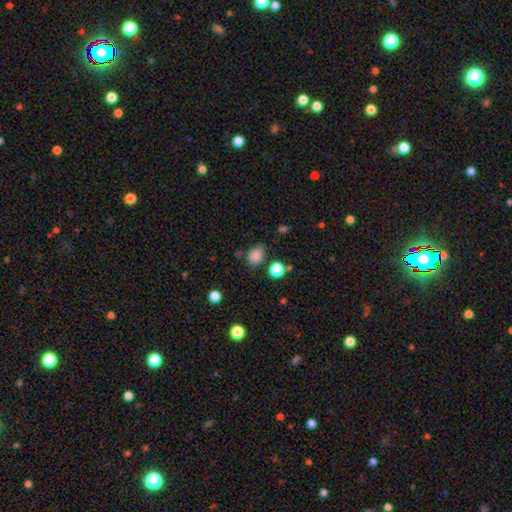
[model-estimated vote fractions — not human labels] A smooth galaxy with no disk features (84%) that is in between round and cigar-shaped (63%).

Vote fractions:
- Smooth or featured? smooth: 84% / star or artifact: 12% / featured or disk: 4%
- How rounded? in between: 63% / round: 36% / cigar-shaped: 1%
- Merging? none: 77% / minor disturbance: 14% / merger: 5% / major disturbance: 4%